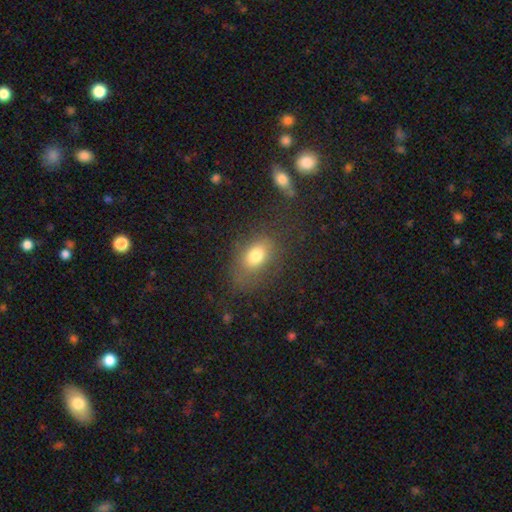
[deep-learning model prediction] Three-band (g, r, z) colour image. It shows a smooth galaxy with no disk features (73%) that is in between round and cigar-shaped (78%). Merging: none (67%).